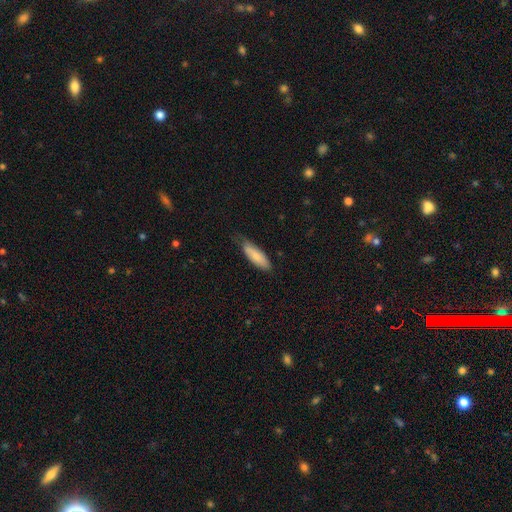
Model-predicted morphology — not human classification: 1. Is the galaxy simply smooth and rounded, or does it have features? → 81% smooth, 13% featured or disk, 6% star or artifact.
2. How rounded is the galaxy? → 53% in between, 46% cigar-shaped, 1% round.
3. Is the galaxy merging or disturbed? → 58% none, 33% minor disturbance, 7% major disturbance, 2% merger.